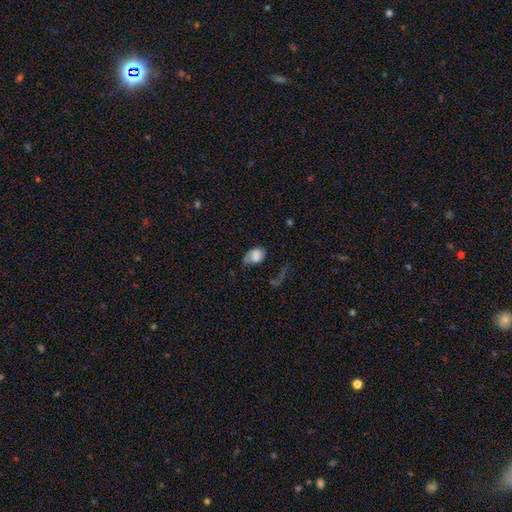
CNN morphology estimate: smooth-or-featured: smooth: 65% | featured or disk: 25% | star or artifact: 10%
  how-rounded: in between: 80% | round: 18% | cigar-shaped: 1%
  merging: major disturbance: 34% | none: 32% | minor disturbance: 26% | merger: 8%